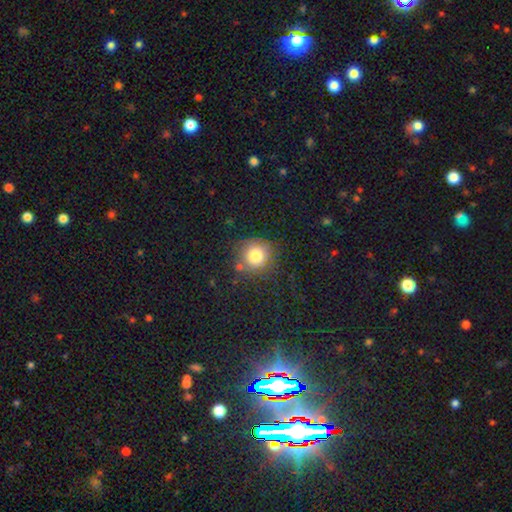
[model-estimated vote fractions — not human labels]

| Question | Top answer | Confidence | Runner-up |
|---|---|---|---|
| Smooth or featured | smooth | 79% | star or artifact (12%) |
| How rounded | round | 91% | in between (8%) |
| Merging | none | 75% | minor disturbance (14%) |